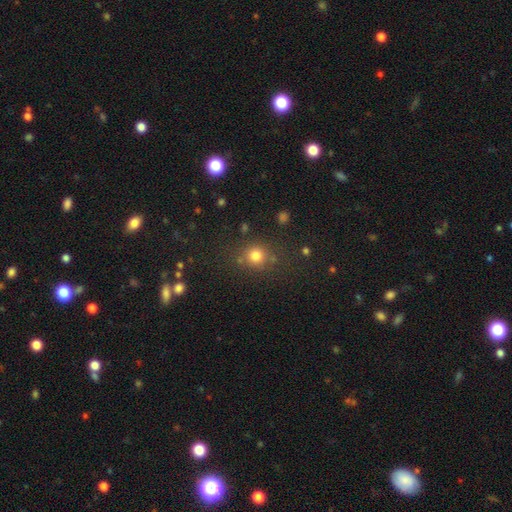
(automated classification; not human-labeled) Smooth or featured?
  - smooth: 79% *
  - star or artifact: 15%
  - featured or disk: 7%
How rounded?
  - round: 89% *
  - in between: 10%
  - cigar-shaped: 1%
Merging?
  - none: 76% *
  - minor disturbance: 12%
  - merger: 7%
  - major disturbance: 6%